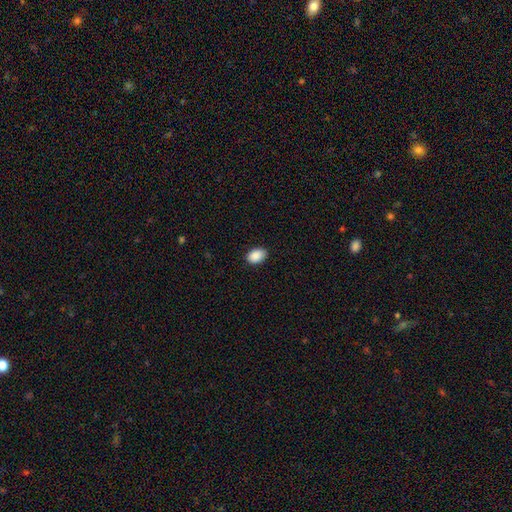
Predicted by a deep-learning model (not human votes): Q: Smooth or featured?
A: smooth (89%); runner-up: star or artifact (7%)
Q: How rounded?
A: in between (84%); runner-up: round (15%)
Q: Merging?
A: none (86%); runner-up: minor disturbance (11%)